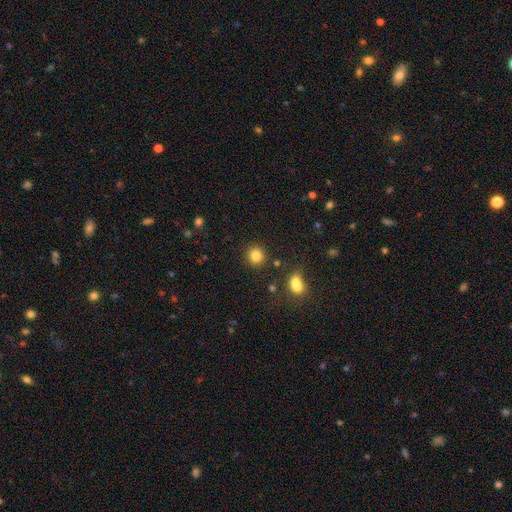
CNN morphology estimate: type=smooth (84%); roundness=round (86%); merging=none (86%).